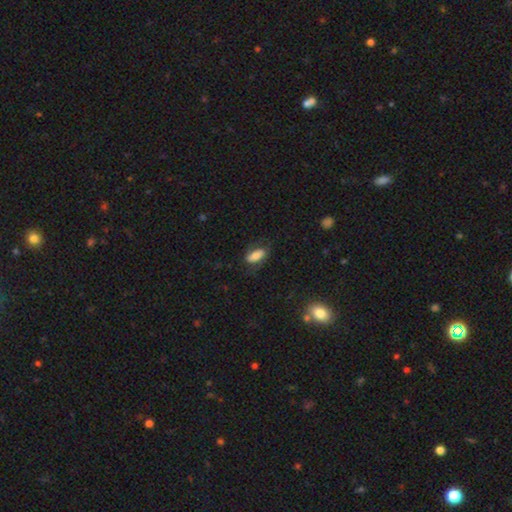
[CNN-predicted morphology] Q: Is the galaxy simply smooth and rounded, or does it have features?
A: smooth — 74%.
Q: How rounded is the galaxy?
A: in between — 80%.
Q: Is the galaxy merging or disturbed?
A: none — 69%.